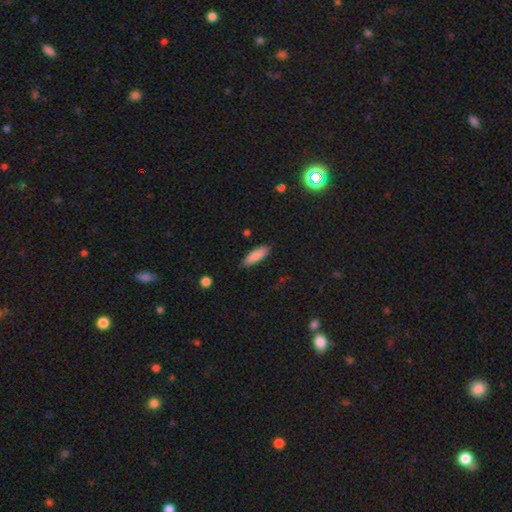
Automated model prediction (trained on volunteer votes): smooth 86%, featured or disk 7%, star or artifact 6%. Down the decision tree: how rounded — in between (53%); merging — none (84%).